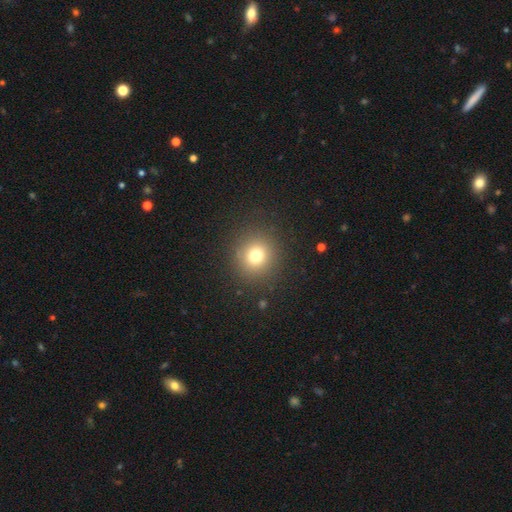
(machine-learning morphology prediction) A smooth galaxy with no disk features (75%) that is round (90%).

Vote fractions:
- Smooth or featured? smooth: 75% / star or artifact: 16% / featured or disk: 9%
- How rounded? round: 90% / in between: 9% / cigar-shaped: 1%
- Merging? none: 89% / minor disturbance: 6% / major disturbance: 4% / merger: 1%